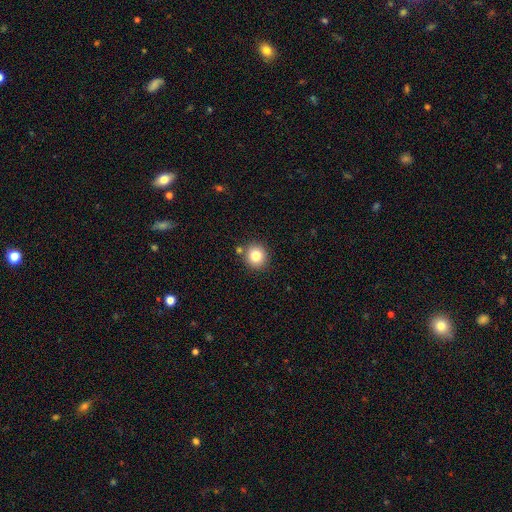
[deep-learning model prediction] smooth_or_featured: smooth (p=0.81) [alt: star or artifact p=0.11]
how_rounded: round (p=0.90) [alt: in between p=0.09]
merging: none (p=0.83) [alt: minor disturbance p=0.08]